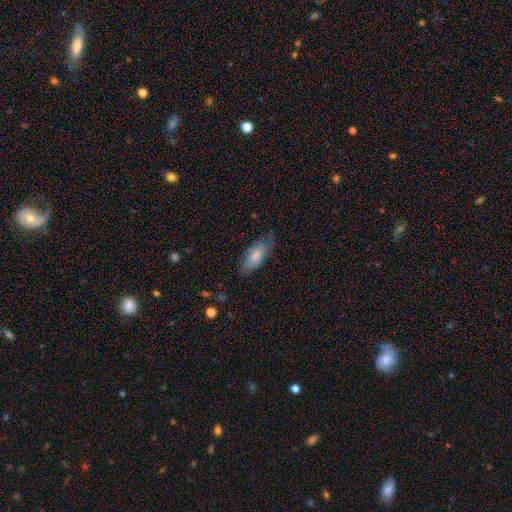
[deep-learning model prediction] Overall: smooth (75%). How rounded: in between (83%). Merging: none (66%; minor disturbance 26%).